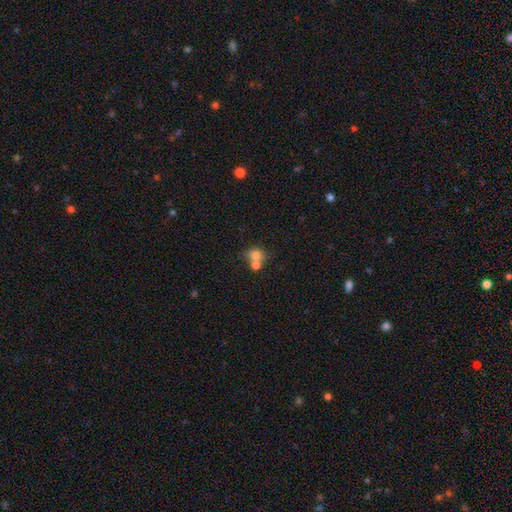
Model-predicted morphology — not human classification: Smooth or featured: smooth — 76% (featured or disk — 12%)
How rounded: round — 75% (in between — 24%)
Merging: merger — 47% (none — 41%)